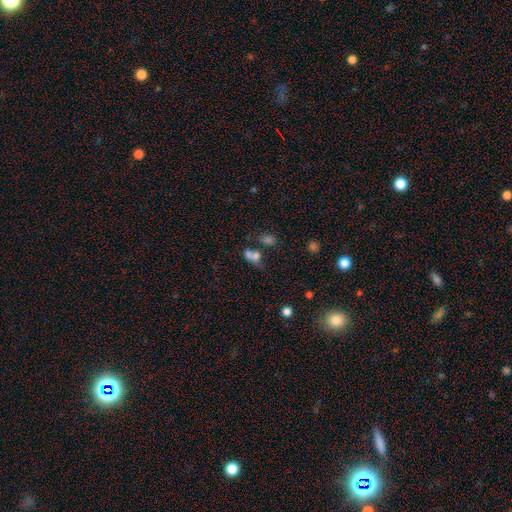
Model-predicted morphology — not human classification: This is likely a smooth galaxy (68%). How rounded: possibly in between (59%). Merging: possibly merger (56%).